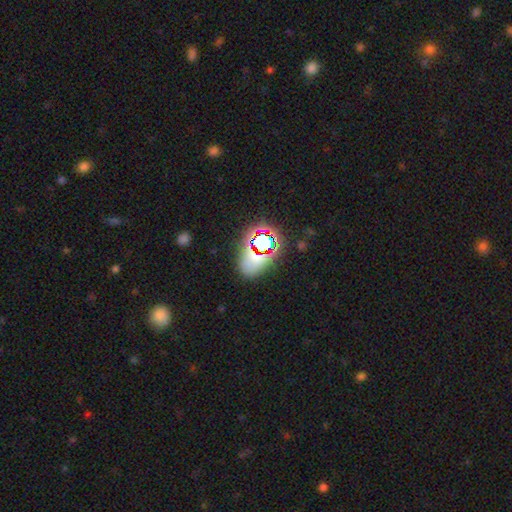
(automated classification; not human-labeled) This appears to be a star or artifact, not a galaxy (44%).